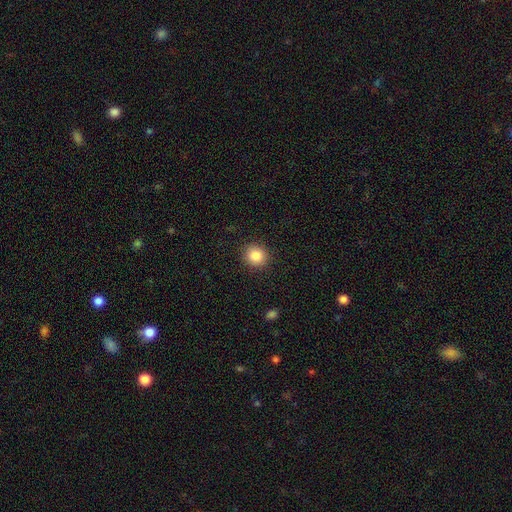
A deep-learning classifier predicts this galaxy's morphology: A smooth galaxy with no disk features (85%) that is round (86%). Merging: none (90%).